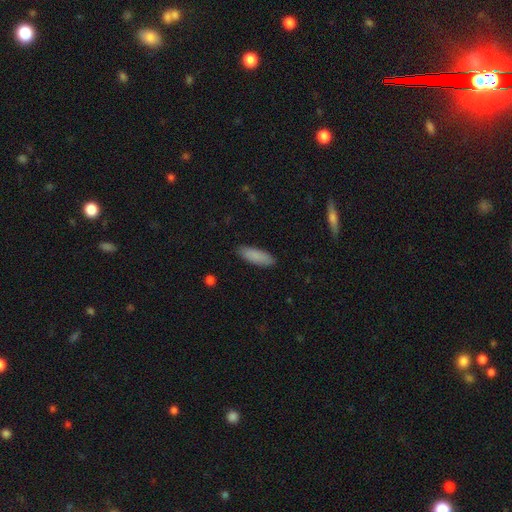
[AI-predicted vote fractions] Smooth or featured? smooth (87%)
How rounded? in between (55%)
Merging? none (88%)